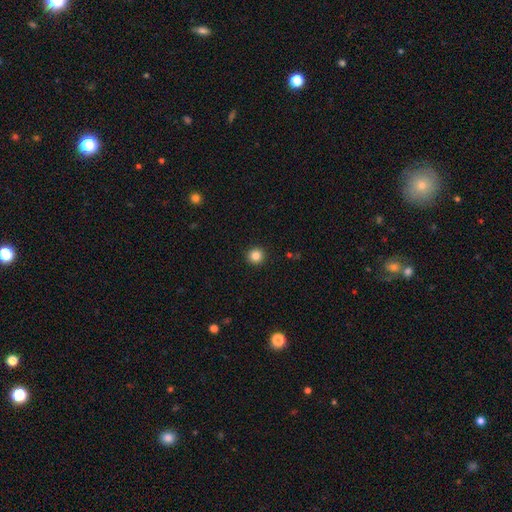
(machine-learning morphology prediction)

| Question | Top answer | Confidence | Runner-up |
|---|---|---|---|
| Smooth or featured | smooth | 85% | star or artifact (11%) |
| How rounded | round | 95% | in between (4%) |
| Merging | none | 93% | minor disturbance (4%) |